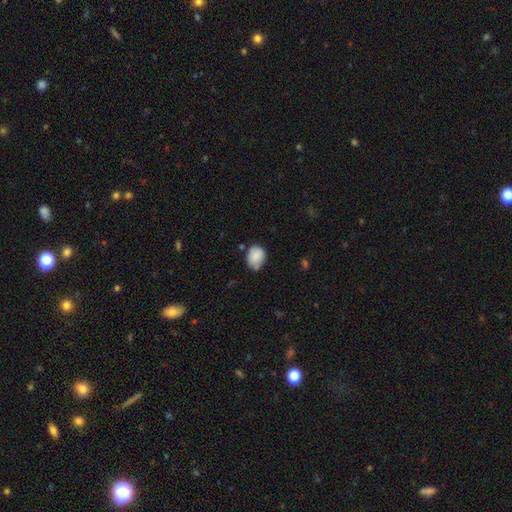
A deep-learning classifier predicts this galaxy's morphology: Smooth or featured? Predicted: smooth (p=0.85). How rounded? Predicted: in between (p=0.55). Merging? Predicted: none (p=0.60).